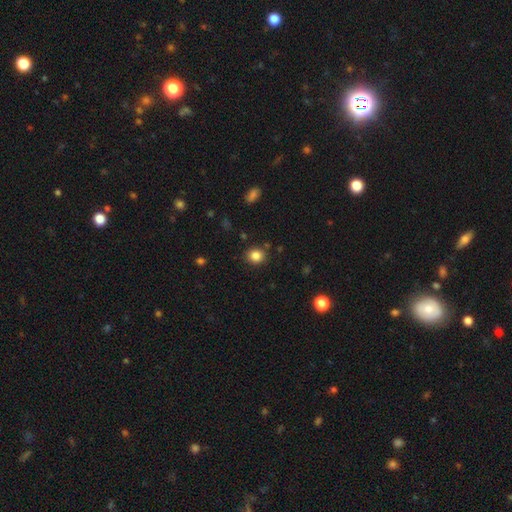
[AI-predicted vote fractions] Overall: smooth (84%). How rounded: round (80%). Merging: none (86%).